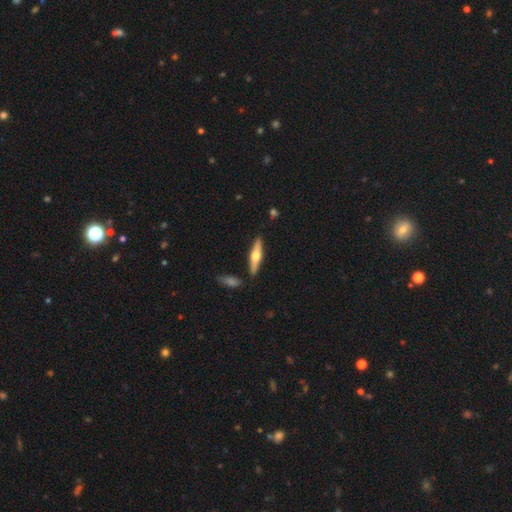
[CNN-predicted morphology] type=featured or disk (58%); edge-on=yes (94%); edge-on bulge=rounded (94%); merging=none (86%).